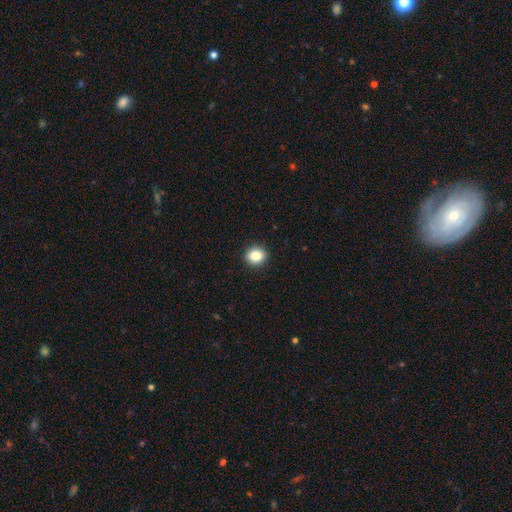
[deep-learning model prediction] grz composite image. It shows a smooth galaxy with no disk features (83%) that is round (83%). Merging: none (92%).